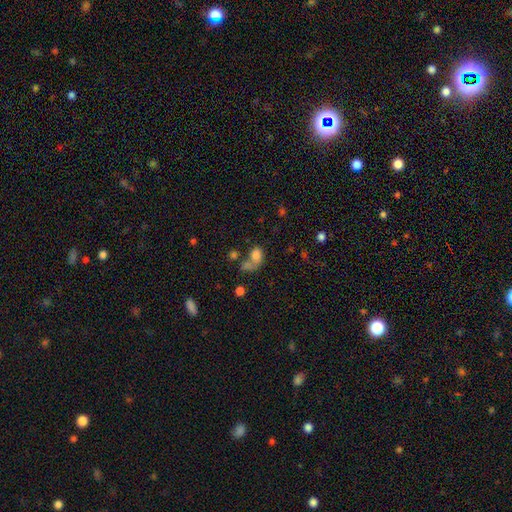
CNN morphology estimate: Smooth or featured? Predicted: smooth (p=0.75). How rounded? Predicted: in between (p=0.68). Merging? Predicted: merger (p=0.45).